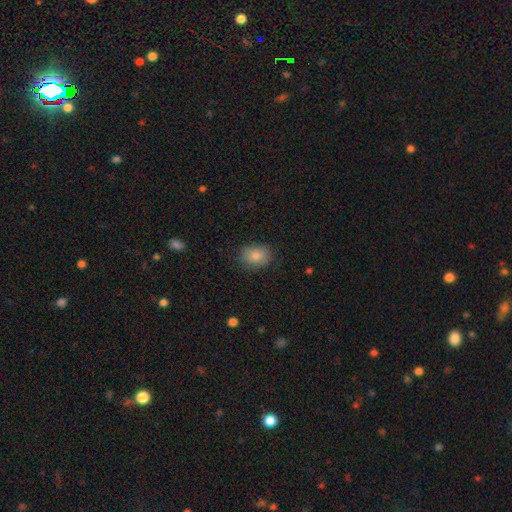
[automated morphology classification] smooth_or_featured: smooth (p=0.85) [alt: star or artifact p=0.08]
how_rounded: in between (p=0.63) [alt: round p=0.36]
merging: none (p=0.81) [alt: minor disturbance p=0.14]